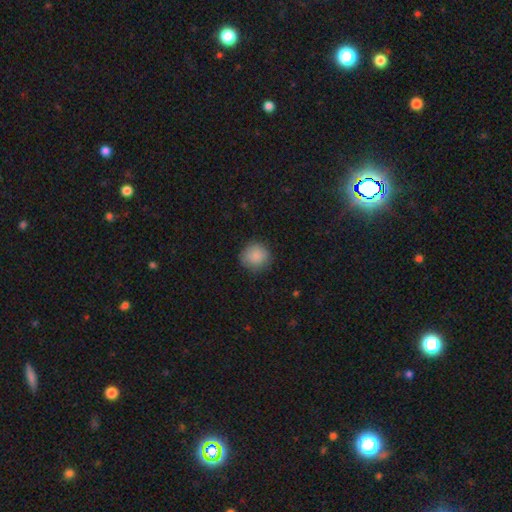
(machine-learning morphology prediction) Smooth or featured?
  - smooth: 87% *
  - star or artifact: 8%
  - featured or disk: 5%
How rounded?
  - round: 92% *
  - in between: 7%
  - cigar-shaped: 1%
Merging?
  - none: 84% *
  - minor disturbance: 12%
  - major disturbance: 3%
  - merger: 1%